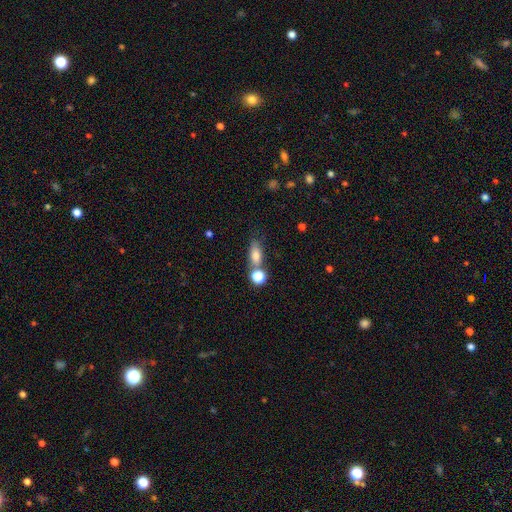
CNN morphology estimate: type=smooth (75%); roundness=in between (68%); merging=none (54%).